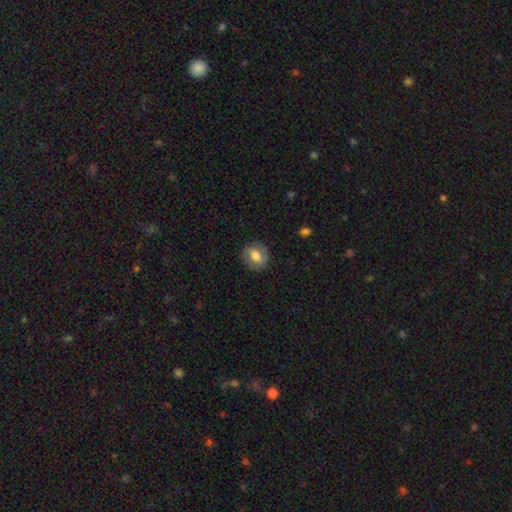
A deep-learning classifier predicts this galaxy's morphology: This is likely a smooth galaxy (61%). How rounded: likely round (62%). Merging: clearly none (82%).